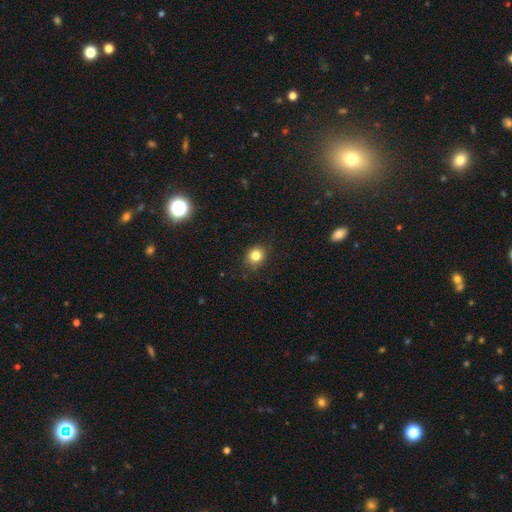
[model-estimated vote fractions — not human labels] Smooth or featured? Predicted: smooth (p=0.81). How rounded? Predicted: round (p=0.75). Merging? Predicted: none (p=0.84).